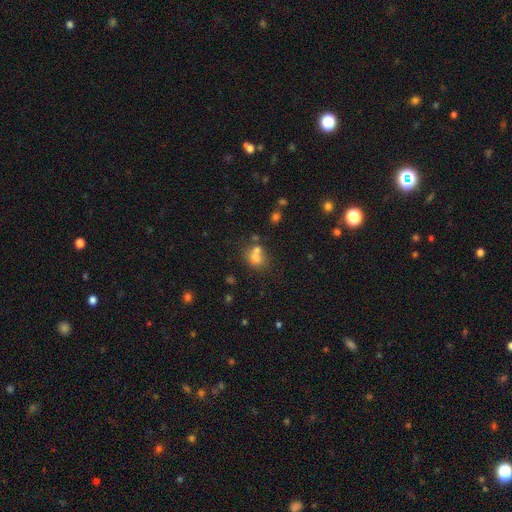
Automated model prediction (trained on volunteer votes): Q: Smooth or featured?
A: smooth (69%); runner-up: featured or disk (16%)
Q: How rounded?
A: round (56%); runner-up: in between (42%)
Q: Merging?
A: merger (46%); runner-up: none (37%)